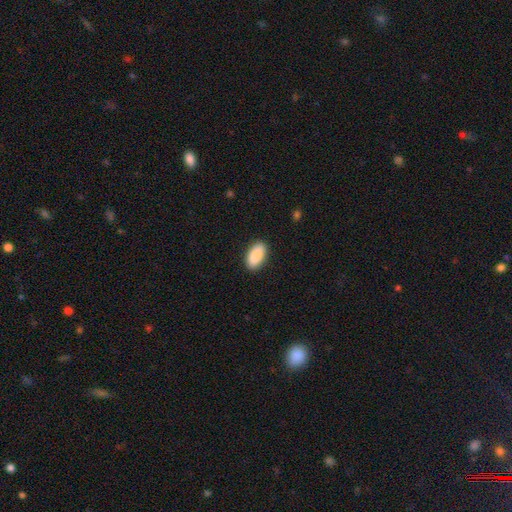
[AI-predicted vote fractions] Smooth or featured: smooth — 89% (star or artifact — 6%)
How rounded: in between — 93% (cigar-shaped — 5%)
Merging: none — 89% (minor disturbance — 8%)